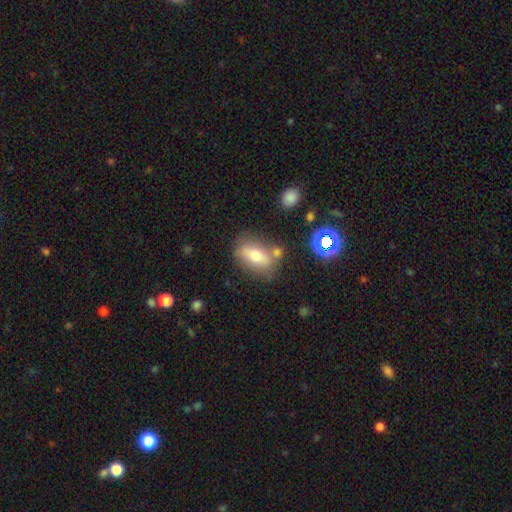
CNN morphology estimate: Smooth or featured?
  - smooth: 61% *
  - featured or disk: 27%
  - star or artifact: 12%
How rounded?
  - in between: 77% *
  - cigar-shaped: 12%
  - round: 11%
Merging?
  - none: 66% *
  - minor disturbance: 16%
  - merger: 13%
  - major disturbance: 6%